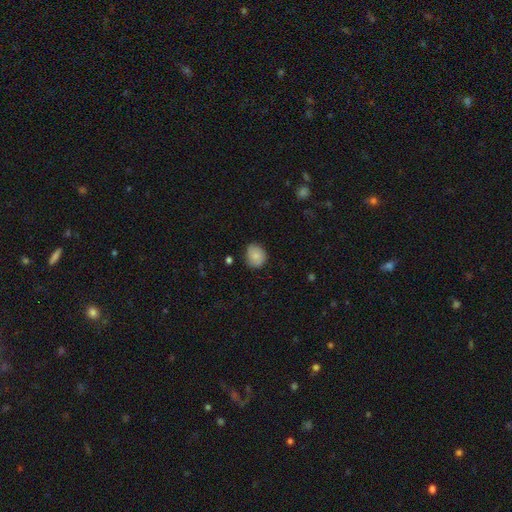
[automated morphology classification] Smooth or featured?
  - smooth: 80% *
  - featured or disk: 12%
  - star or artifact: 8%
How rounded?
  - round: 69% *
  - in between: 30%
  - cigar-shaped: 1%
Merging?
  - none: 76% *
  - minor disturbance: 19%
  - major disturbance: 3%
  - merger: 1%